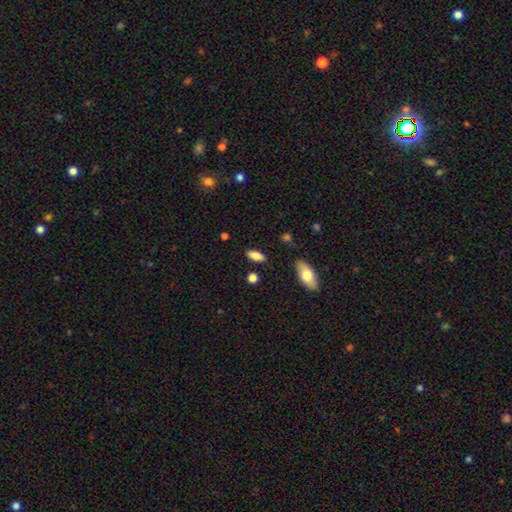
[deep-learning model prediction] A smooth galaxy with no disk features (83%) that is in between round and cigar-shaped (83%).

Vote fractions:
- Smooth or featured? smooth: 83% / featured or disk: 9% / star or artifact: 7%
- How rounded? in between: 83% / cigar-shaped: 14% / round: 3%
- Merging? none: 84% / minor disturbance: 11% / major disturbance: 3% / merger: 3%